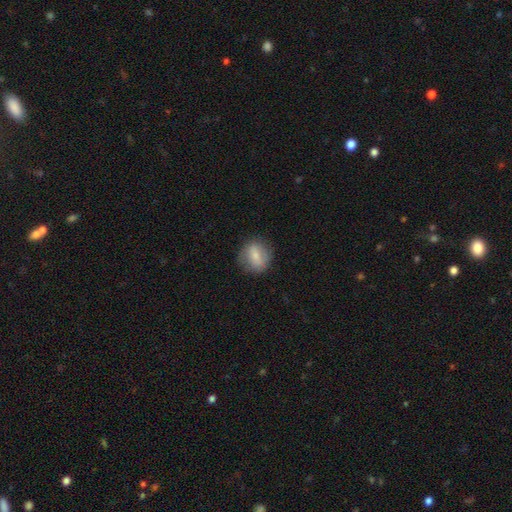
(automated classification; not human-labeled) Q: Smooth or featured?
A: smooth (68%); runner-up: featured or disk (24%)
Q: How rounded?
A: round (69%); runner-up: in between (29%)
Q: Merging?
A: none (79%); runner-up: minor disturbance (15%)